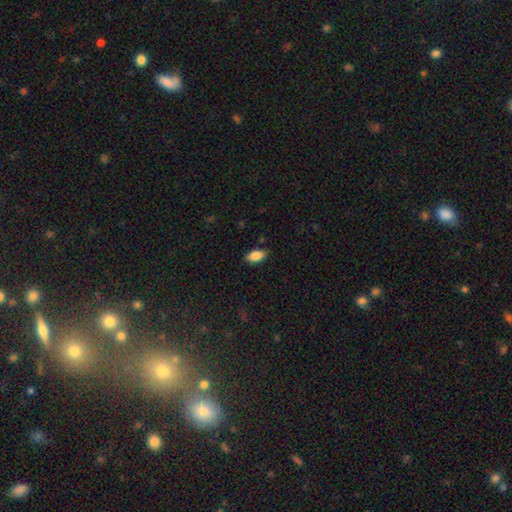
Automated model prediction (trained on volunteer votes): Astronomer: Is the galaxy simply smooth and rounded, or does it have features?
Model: smooth — 85%.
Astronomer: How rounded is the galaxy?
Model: in between — 91%.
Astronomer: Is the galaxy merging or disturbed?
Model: none — 85%.